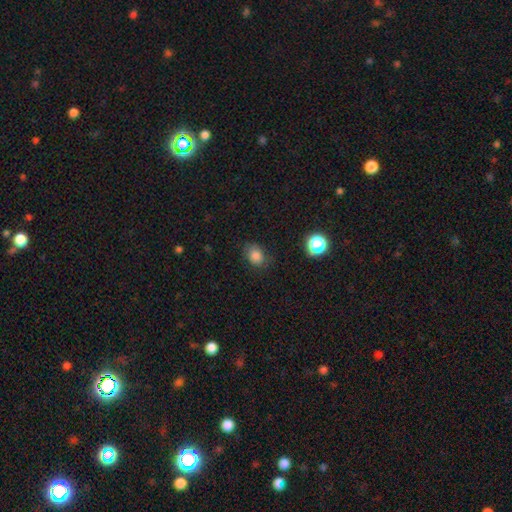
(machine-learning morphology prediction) Smooth or featured?
  - smooth: 82% *
  - star or artifact: 13%
  - featured or disk: 5%
How rounded?
  - in between: 54% *
  - round: 46%
  - cigar-shaped: 1%
Merging?
  - none: 78% *
  - minor disturbance: 16%
  - major disturbance: 4%
  - merger: 1%